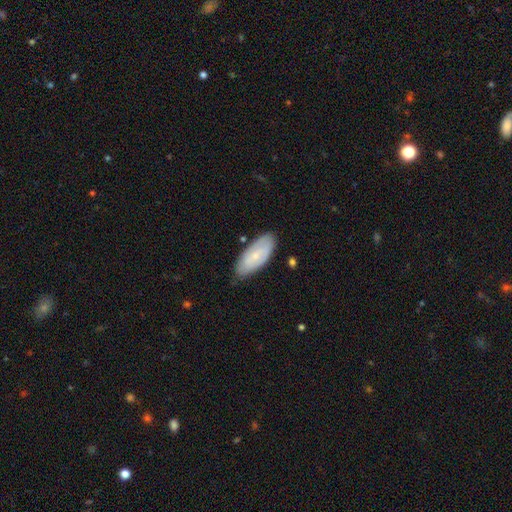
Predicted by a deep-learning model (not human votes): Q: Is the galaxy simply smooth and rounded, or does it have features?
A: smooth — 54%.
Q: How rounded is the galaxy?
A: in between — 85%.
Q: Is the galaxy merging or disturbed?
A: none — 76%.